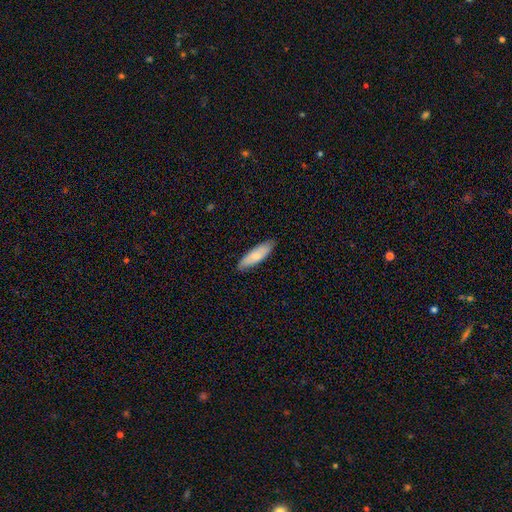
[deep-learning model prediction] Overall: smooth (76%). How rounded: in between (49%, tied with cigar-shaped). Merging: none (86%).